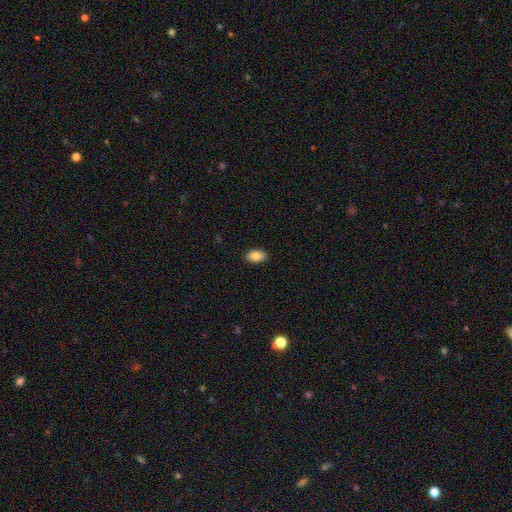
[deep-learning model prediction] This is clearly a smooth galaxy (83%). How rounded: clearly in between (93%). Merging: clearly none (89%).